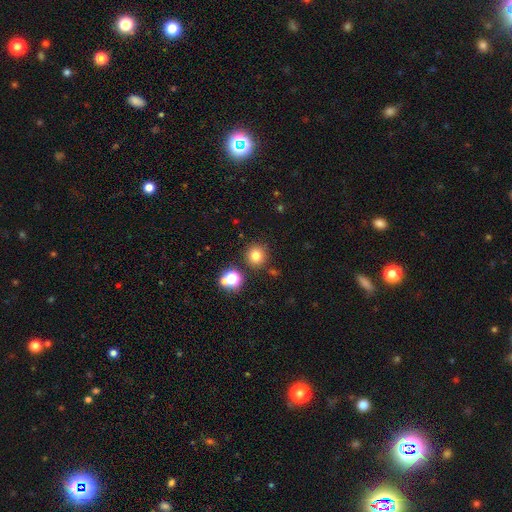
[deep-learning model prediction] Smooth or featured? Predicted: smooth (p=0.76). How rounded? Predicted: round (p=0.92). Merging? Predicted: none (p=0.83).